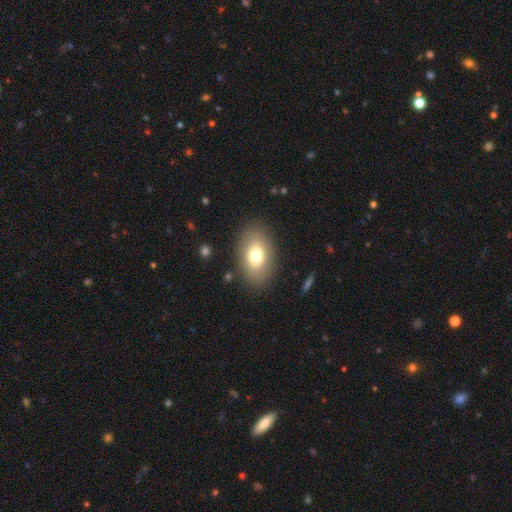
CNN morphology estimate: smooth-or-featured: smooth: 72% | featured or disk: 19% | star or artifact: 9%
  how-rounded: in between: 86% | round: 13% | cigar-shaped: 1%
  merging: none: 84% | minor disturbance: 10% | major disturbance: 4% | merger: 1%